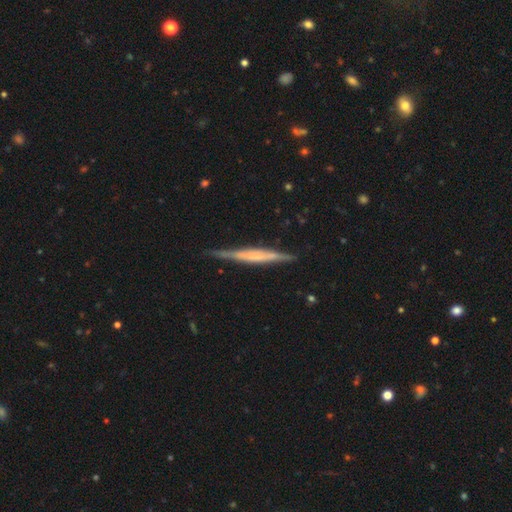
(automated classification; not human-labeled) Morphology: type=featured or disk (65%); edge-on=yes (97%); edge-on bulge=none (43%); merging=none (83%).